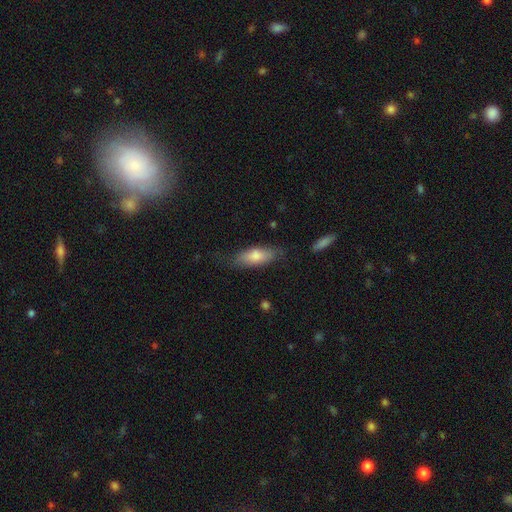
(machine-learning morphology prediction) smooth 74%, featured or disk 20%, star or artifact 6%. Down the decision tree: how rounded — in between (70%); merging — none (72%).